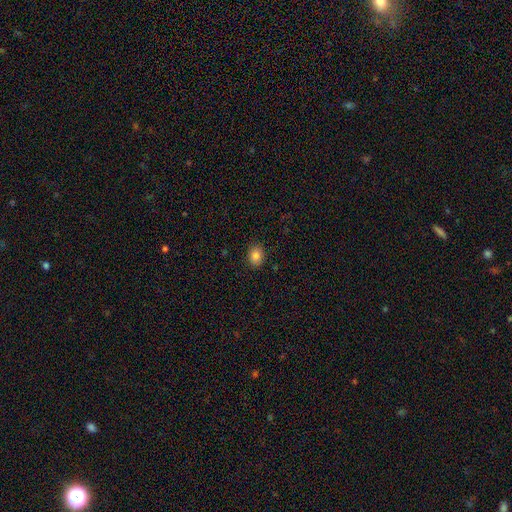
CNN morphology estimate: Overall: smooth (85%). How rounded: in between (59%; round 40%). Merging: none (89%).